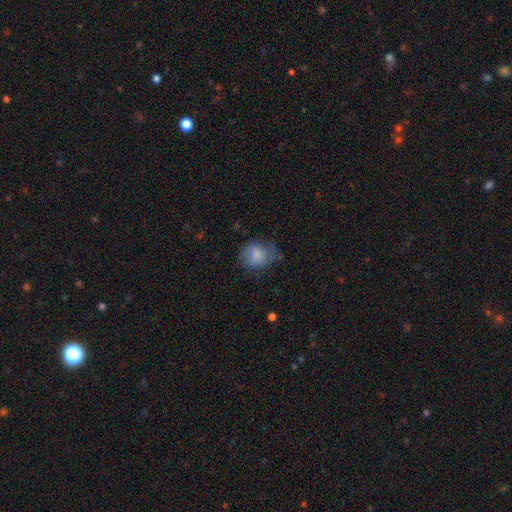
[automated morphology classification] Smooth or featured? Predicted: smooth (p=0.78). How rounded? Predicted: round (p=0.56). Merging? Predicted: none (p=0.56).